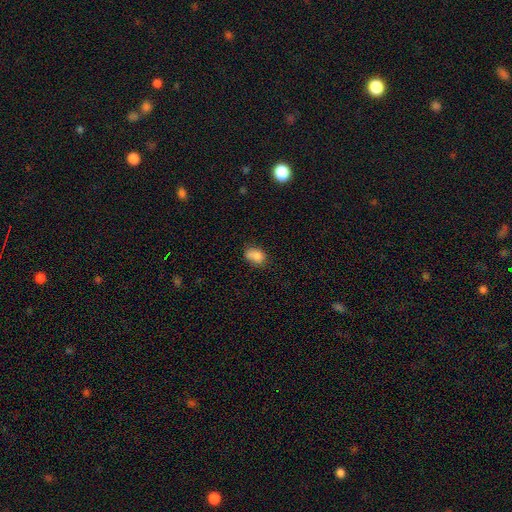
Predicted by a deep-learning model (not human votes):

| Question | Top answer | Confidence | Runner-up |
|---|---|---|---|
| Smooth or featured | smooth | 82% | star or artifact (10%) |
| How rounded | in between | 72% | round (26%) |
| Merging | none | 56% | minor disturbance (26%) |